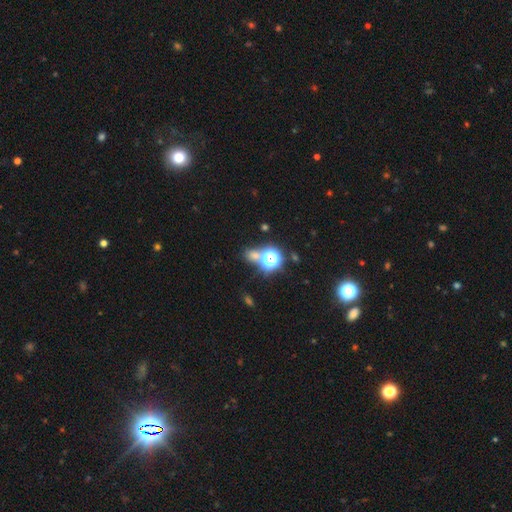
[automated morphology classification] This is possibly a star or artifact rather than a galaxy (55%).